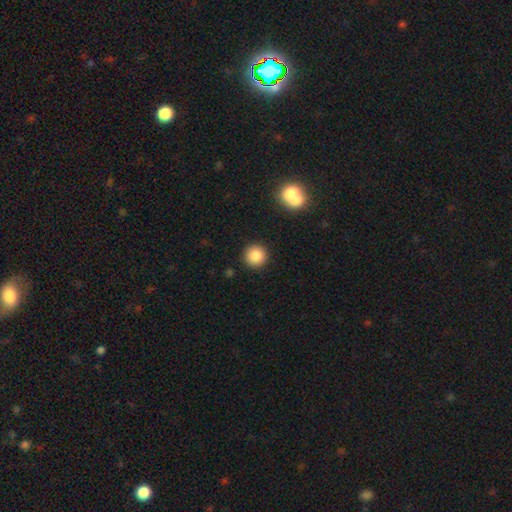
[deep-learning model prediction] Morphology: type=smooth (86%); roundness=round (94%); merging=none (90%).